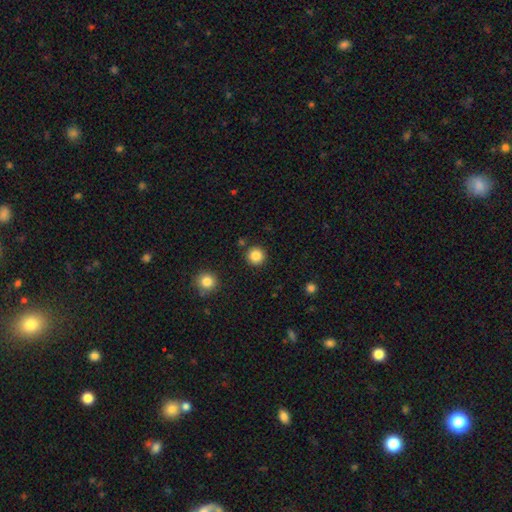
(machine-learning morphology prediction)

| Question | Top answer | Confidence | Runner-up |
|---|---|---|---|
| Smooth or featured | smooth | 86% | star or artifact (10%) |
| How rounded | round | 95% | in between (4%) |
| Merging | none | 90% | minor disturbance (5%) |